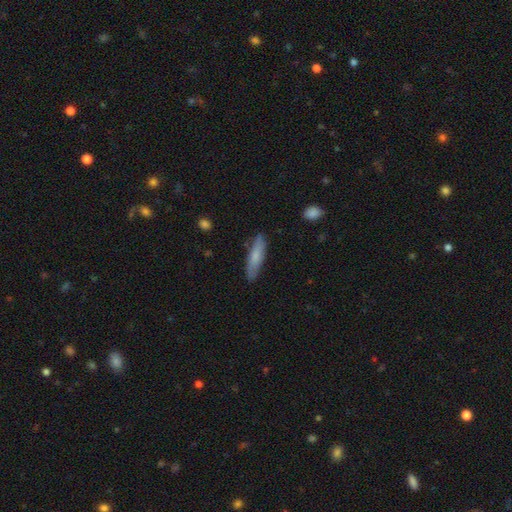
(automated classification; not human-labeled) smooth_or_featured: smooth (p=0.71) [alt: featured or disk p=0.23]
how_rounded: cigar-shaped (p=0.75) [alt: in between p=0.24]
merging: none (p=0.84) [alt: minor disturbance p=0.13]